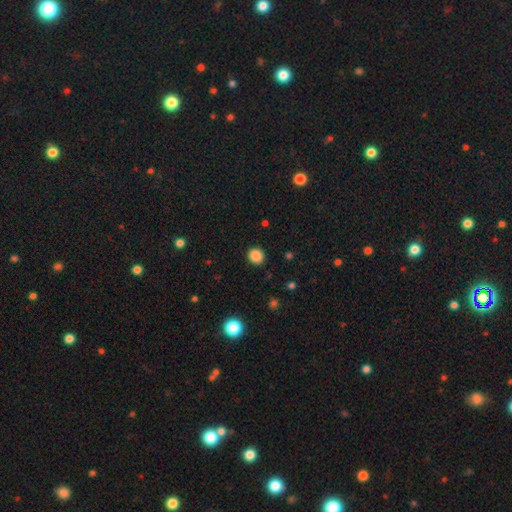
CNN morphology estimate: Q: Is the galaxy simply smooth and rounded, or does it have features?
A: smooth — 87%.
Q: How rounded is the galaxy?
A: round — 87%.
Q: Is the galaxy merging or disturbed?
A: none — 91%.